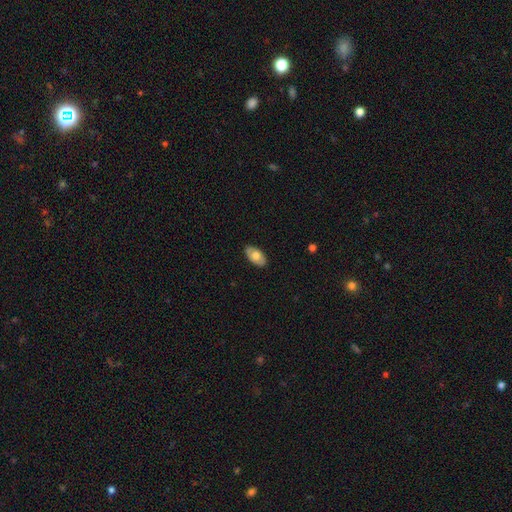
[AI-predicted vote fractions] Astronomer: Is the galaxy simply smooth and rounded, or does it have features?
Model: smooth — 67%.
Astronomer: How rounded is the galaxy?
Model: in between — 94%.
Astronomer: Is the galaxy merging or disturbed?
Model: none — 87%.